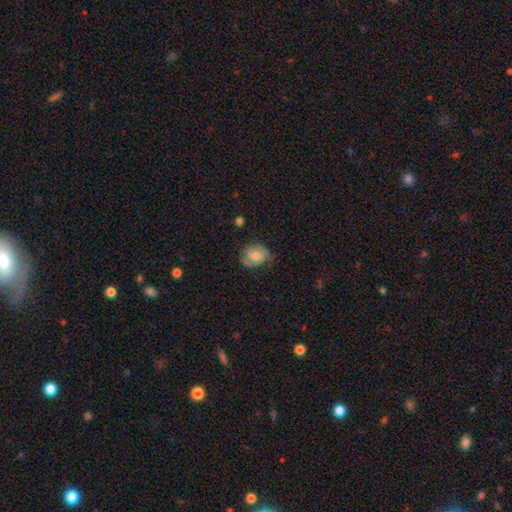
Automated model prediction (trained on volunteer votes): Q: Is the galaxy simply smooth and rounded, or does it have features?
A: featured or disk — 52%.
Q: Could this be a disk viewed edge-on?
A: no — 97%.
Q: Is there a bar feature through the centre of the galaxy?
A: no — 68%.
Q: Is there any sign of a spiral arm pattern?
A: yes — 81%.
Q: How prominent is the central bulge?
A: moderate — 61%.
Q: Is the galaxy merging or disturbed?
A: none — 66%.